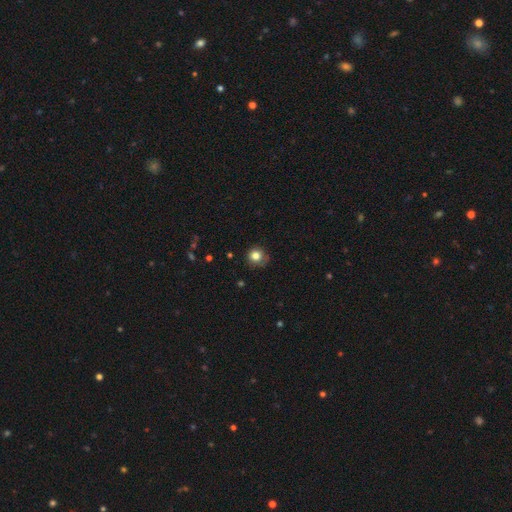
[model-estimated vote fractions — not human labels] Q: Smooth or featured?
A: smooth (80%); runner-up: star or artifact (11%)
Q: How rounded?
A: round (89%); runner-up: in between (10%)
Q: Merging?
A: none (74%); runner-up: minor disturbance (19%)